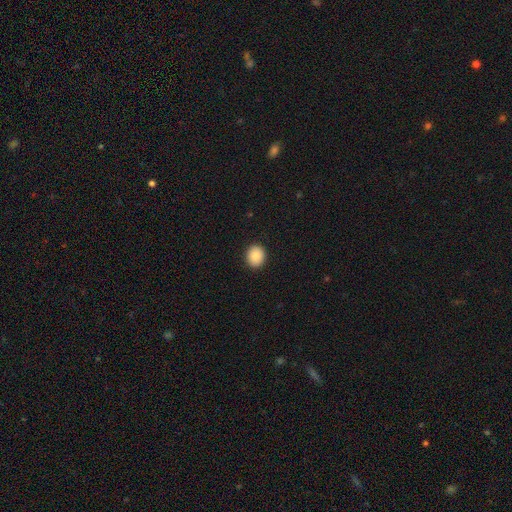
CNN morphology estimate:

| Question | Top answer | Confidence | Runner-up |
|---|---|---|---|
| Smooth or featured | smooth | 88% | star or artifact (8%) |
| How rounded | round | 68% | in between (31%) |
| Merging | none | 91% | minor disturbance (6%) |